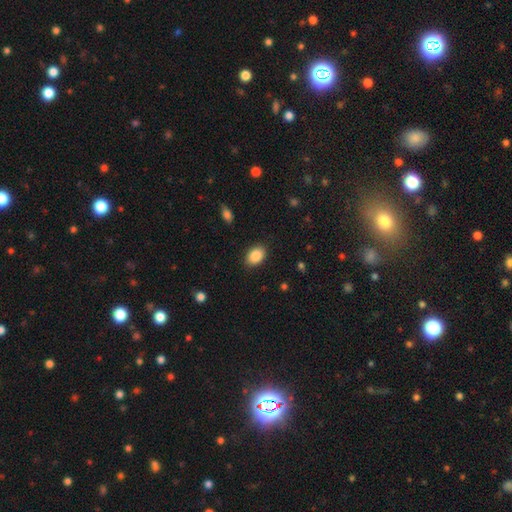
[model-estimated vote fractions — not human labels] This appears to be a smooth galaxy with no disk features (88%) that is in between round and cigar-shaped (82%). Merging: none (88%).